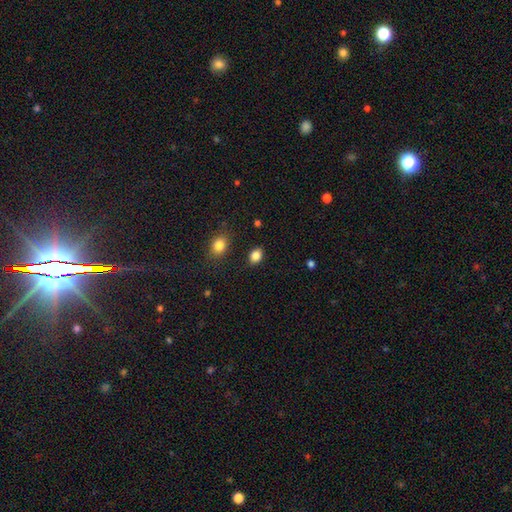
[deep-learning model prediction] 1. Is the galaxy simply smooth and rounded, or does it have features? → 85% smooth, 10% star or artifact, 5% featured or disk.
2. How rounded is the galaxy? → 69% in between, 30% round, 1% cigar-shaped.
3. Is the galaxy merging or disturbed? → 86% none, 9% minor disturbance, 3% major disturbance, 2% merger.